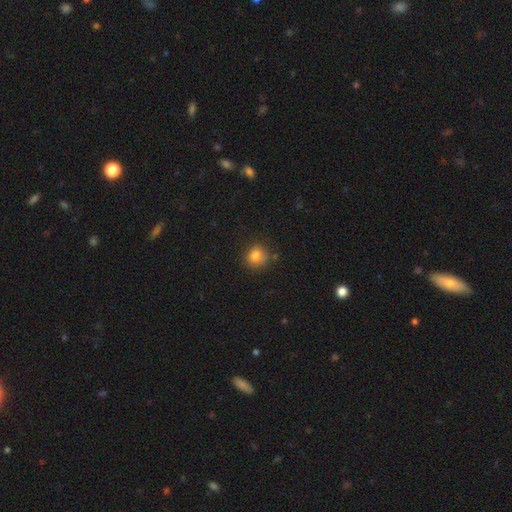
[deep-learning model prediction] A smooth galaxy with no disk features (83%) that is round (84%). Merging: none (80%).